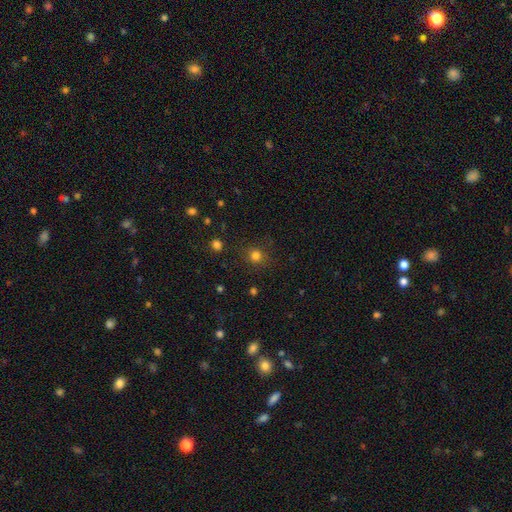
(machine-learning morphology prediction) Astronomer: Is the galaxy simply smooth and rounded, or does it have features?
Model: smooth — 79%.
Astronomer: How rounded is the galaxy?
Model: round — 88%.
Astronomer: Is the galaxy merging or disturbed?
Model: none — 86%.